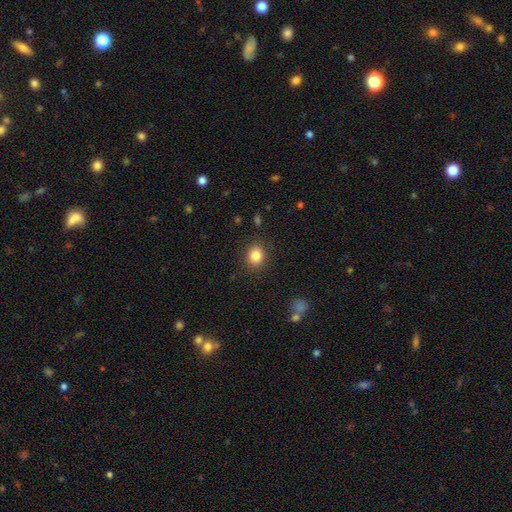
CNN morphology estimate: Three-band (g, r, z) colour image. It shows a smooth galaxy with no disk features (85%) that is round (68%). Merging: none (87%).